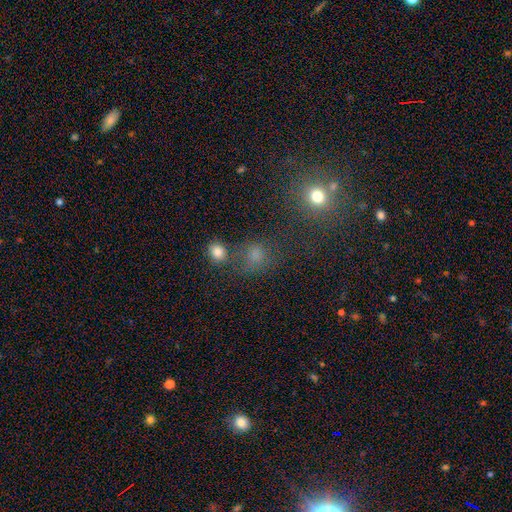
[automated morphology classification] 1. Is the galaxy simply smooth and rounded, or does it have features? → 72% smooth, 20% star or artifact, 8% featured or disk.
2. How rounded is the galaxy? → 72% round, 27% in between, 2% cigar-shaped.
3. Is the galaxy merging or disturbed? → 58% none, 18% merger, 15% minor disturbance, 10% major disturbance.